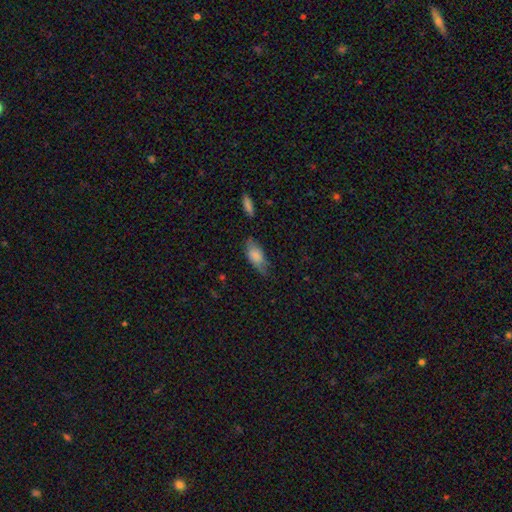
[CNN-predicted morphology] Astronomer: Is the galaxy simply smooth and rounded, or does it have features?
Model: smooth — 79%.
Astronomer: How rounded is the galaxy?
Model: in between — 85%.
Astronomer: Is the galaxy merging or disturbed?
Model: none — 55% (runner-up: minor disturbance, 33%).